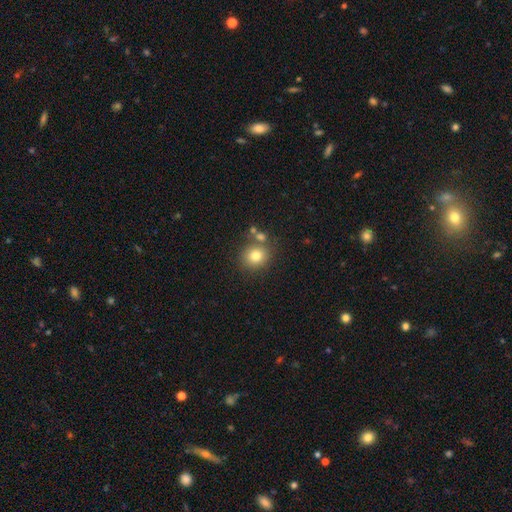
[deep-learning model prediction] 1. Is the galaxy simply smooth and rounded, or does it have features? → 80% smooth, 11% star or artifact, 9% featured or disk.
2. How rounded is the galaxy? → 76% round, 23% in between, 1% cigar-shaped.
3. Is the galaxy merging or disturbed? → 69% none, 16% merger, 11% minor disturbance, 4% major disturbance.